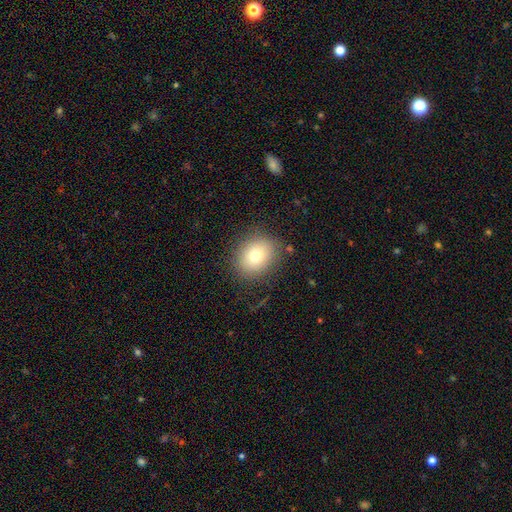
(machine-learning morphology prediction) A smooth galaxy with no disk features (74%) that is round (63%). Merging: none (84%).